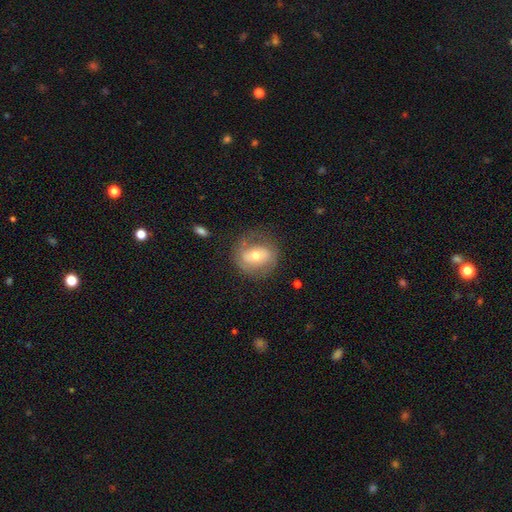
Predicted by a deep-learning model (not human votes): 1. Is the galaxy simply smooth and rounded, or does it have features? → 54% featured or disk, 38% smooth, 8% star or artifact.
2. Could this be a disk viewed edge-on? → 94% no, 6% yes.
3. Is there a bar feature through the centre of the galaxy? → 43% no, 34% weak, 23% strong.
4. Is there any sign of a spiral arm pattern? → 59% yes, 41% no.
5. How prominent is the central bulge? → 63% moderate, 30% small, 5% large, 1% dominant, 1% none.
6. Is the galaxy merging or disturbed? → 67% none, 19% minor disturbance, 12% major disturbance, 2% merger.